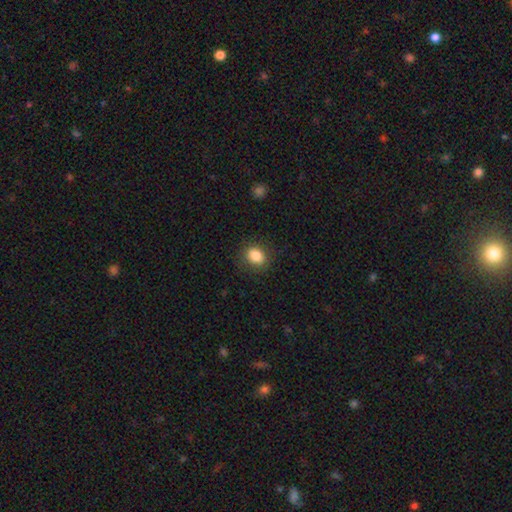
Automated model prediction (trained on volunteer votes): A smooth galaxy with no disk features (85%) that is round (51%).

Vote fractions:
- Smooth or featured? smooth: 85% / star or artifact: 9% / featured or disk: 6%
- How rounded? round: 51% / in between: 48% / cigar-shaped: 1%
- Merging? none: 85% / minor disturbance: 11% / major disturbance: 3% / merger: 1%